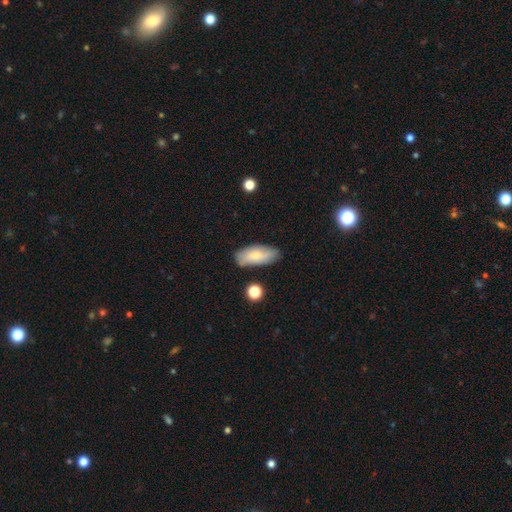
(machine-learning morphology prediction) Q: Smooth or featured?
A: smooth (71%); runner-up: featured or disk (22%)
Q: How rounded?
A: in between (84%); runner-up: cigar-shaped (14%)
Q: Merging?
A: none (77%); runner-up: minor disturbance (17%)